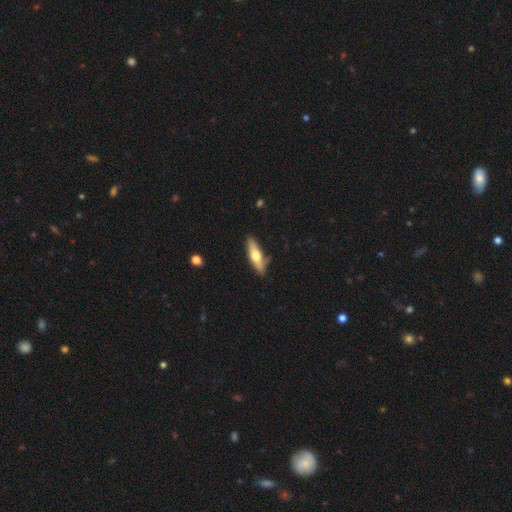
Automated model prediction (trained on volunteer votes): The model was most divided on "how rounded": cigar-shaped: 59%, in between: 39%, round: 2%. More confident: merging — none (81%); smooth or featured — smooth (58%).